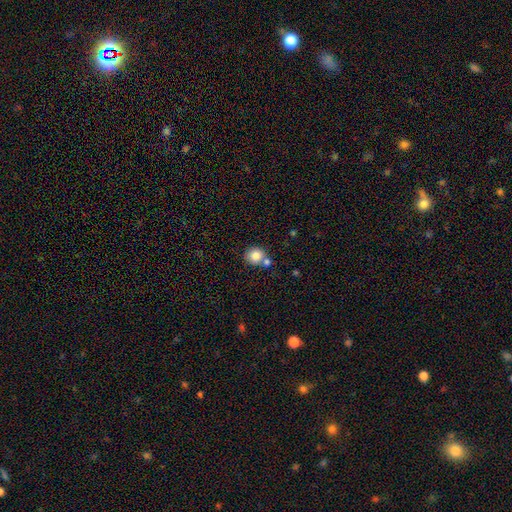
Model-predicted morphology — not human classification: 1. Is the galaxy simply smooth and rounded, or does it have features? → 82% smooth, 9% star or artifact, 9% featured or disk.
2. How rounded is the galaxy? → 82% round, 17% in between, 1% cigar-shaped.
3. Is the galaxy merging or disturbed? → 60% none, 27% merger, 10% minor disturbance, 3% major disturbance.